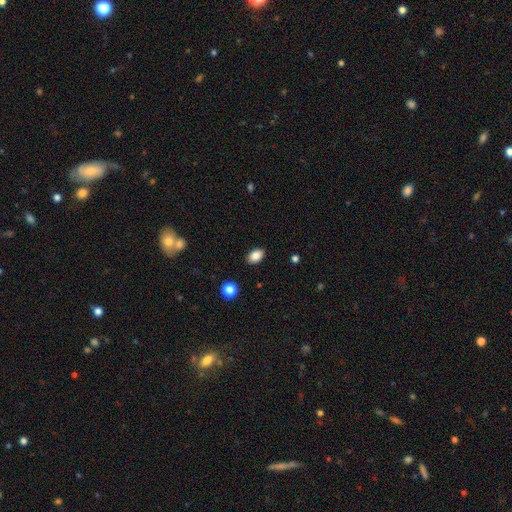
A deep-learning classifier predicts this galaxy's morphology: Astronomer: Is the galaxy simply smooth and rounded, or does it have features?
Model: smooth — 85%.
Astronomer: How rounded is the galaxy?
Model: in between — 84%.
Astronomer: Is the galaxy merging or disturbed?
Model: none — 89%.